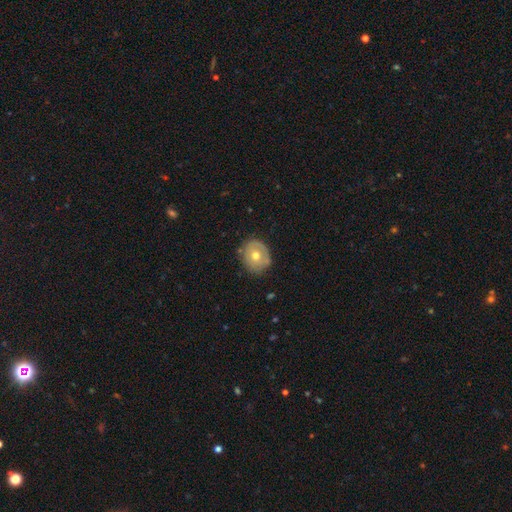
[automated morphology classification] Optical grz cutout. It shows a smooth galaxy with no disk features (53%) that is round (72%). Merging: none (76%).